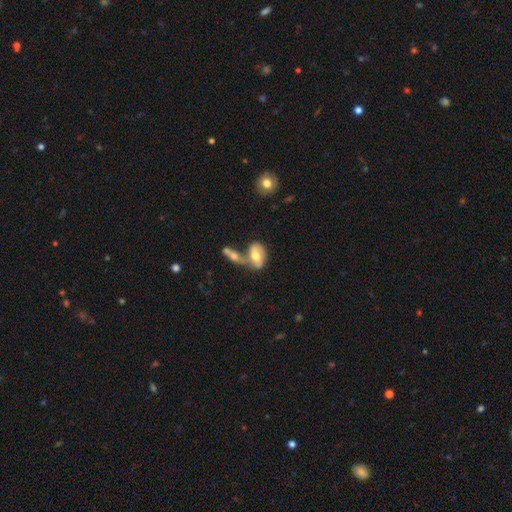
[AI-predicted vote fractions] Overall: smooth (49%; featured or disk 43%). Merging: merger (60%; none 22%).